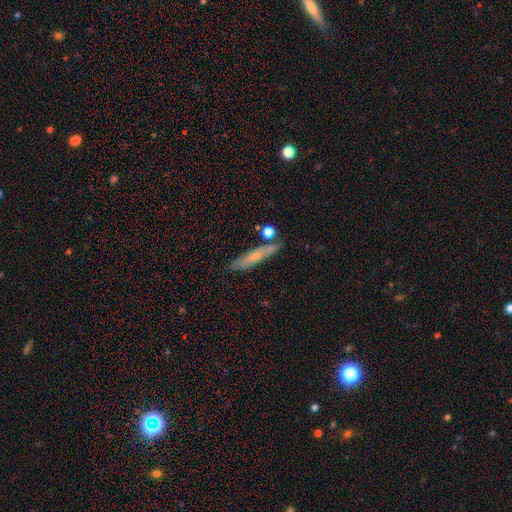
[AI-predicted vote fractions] A smooth galaxy with no disk features (49%). Merging: none (76%).